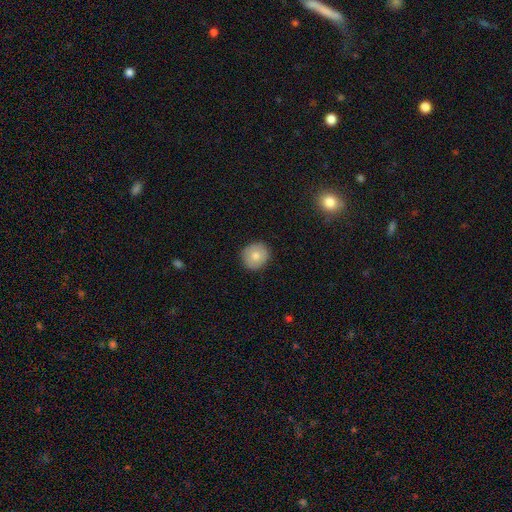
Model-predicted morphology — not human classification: smooth_or_featured: smooth (p=0.78) [alt: featured or disk p=0.14]
how_rounded: round (p=0.88) [alt: in between p=0.11]
merging: none (p=0.90) [alt: minor disturbance p=0.07]